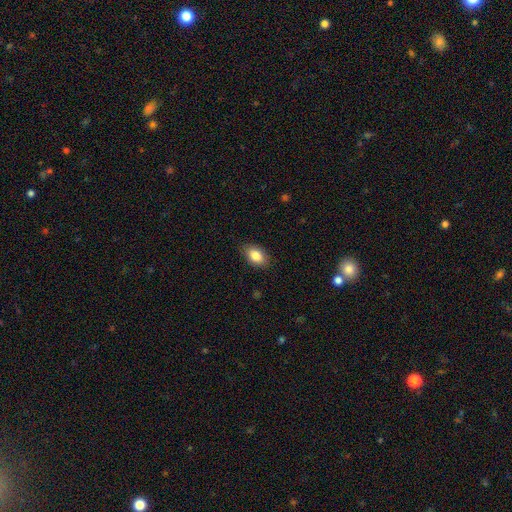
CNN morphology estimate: A smooth galaxy with no disk features (85%) that is in between round and cigar-shaped (89%).

Vote fractions:
- Smooth or featured? smooth: 85% / featured or disk: 8% / star or artifact: 8%
- How rounded? in between: 89% / round: 9% / cigar-shaped: 2%
- Merging? none: 86% / minor disturbance: 11% / major disturbance: 2% / merger: 1%